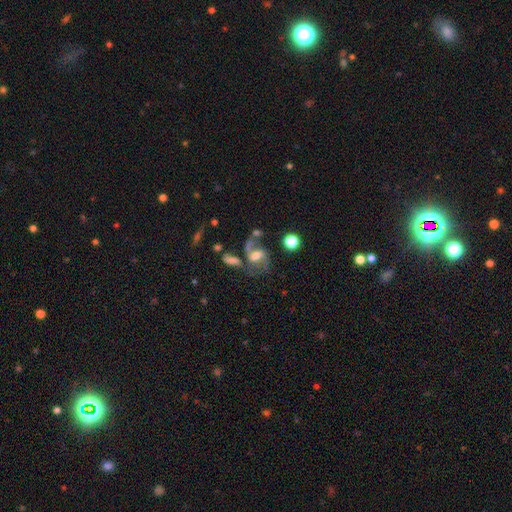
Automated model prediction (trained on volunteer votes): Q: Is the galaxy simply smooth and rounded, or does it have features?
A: featured or disk — 67%.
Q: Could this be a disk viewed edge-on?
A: no — 96%.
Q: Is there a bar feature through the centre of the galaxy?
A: weak — 46%.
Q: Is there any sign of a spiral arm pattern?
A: yes — 86%.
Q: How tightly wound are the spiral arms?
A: loose — 48%.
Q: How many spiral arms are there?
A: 2 — 84%.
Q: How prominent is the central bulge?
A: moderate — 47%.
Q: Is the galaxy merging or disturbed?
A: none — 42%.